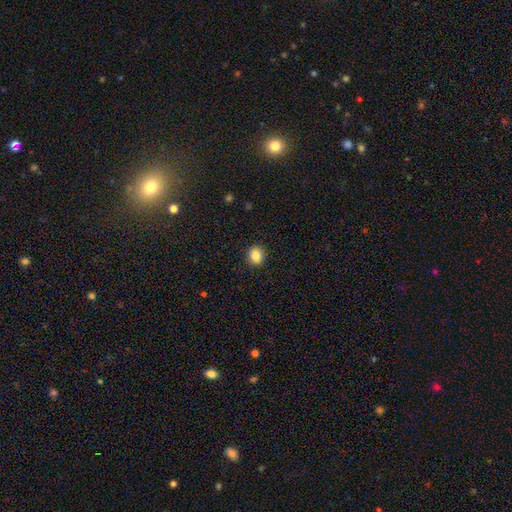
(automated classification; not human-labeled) The model was most divided on "how rounded": round: 74%, in between: 25%, cigar-shaped: 1%. More confident: merging — none (91%); smooth or featured — smooth (86%).